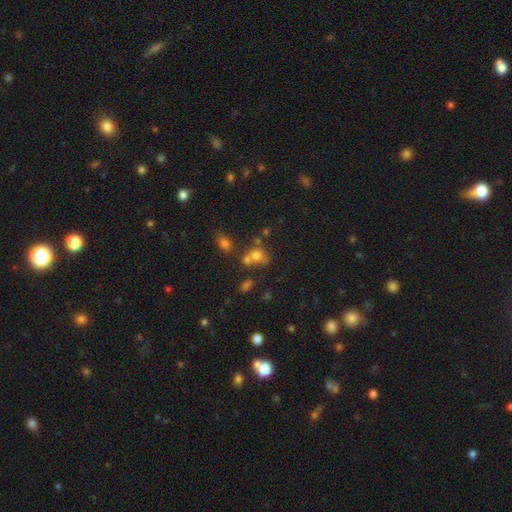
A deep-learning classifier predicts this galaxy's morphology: This appears to be a smooth galaxy with no disk features (66%) that is round (66%). Merging: none (41%, tied with merger).